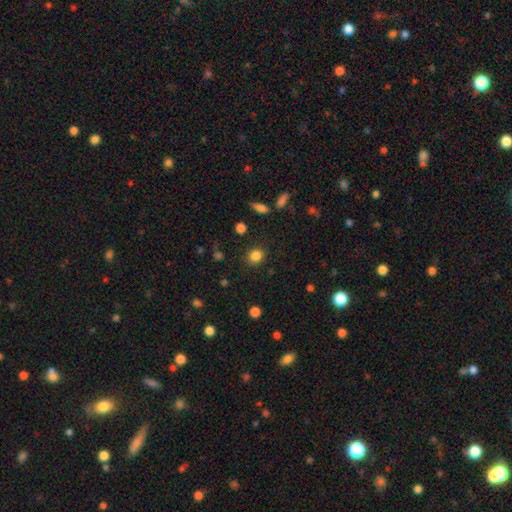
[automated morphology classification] smooth_or_featured: smooth (p=0.84) [alt: star or artifact p=0.12]
how_rounded: round (p=0.77) [alt: in between p=0.22]
merging: none (p=0.87) [alt: minor disturbance p=0.08]